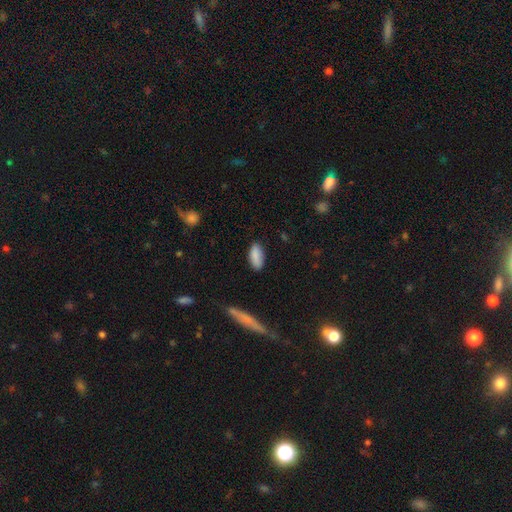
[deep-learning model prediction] This appears to be a smooth galaxy with no disk features (87%) that is in between round and cigar-shaped (88%). Merging: none (82%).